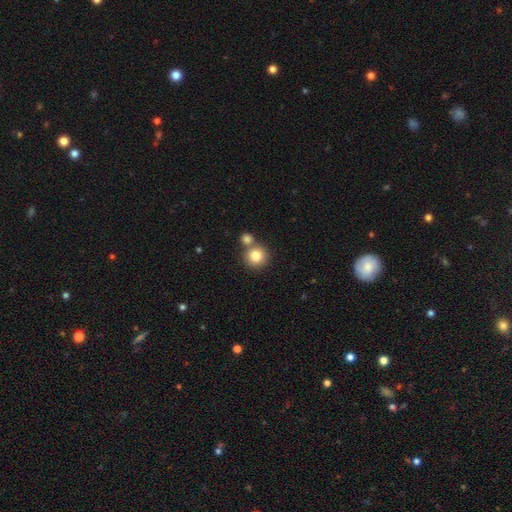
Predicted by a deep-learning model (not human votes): Smooth or featured? Predicted: smooth (p=0.82). How rounded? Predicted: round (p=0.92). Merging? Predicted: none (p=0.61).